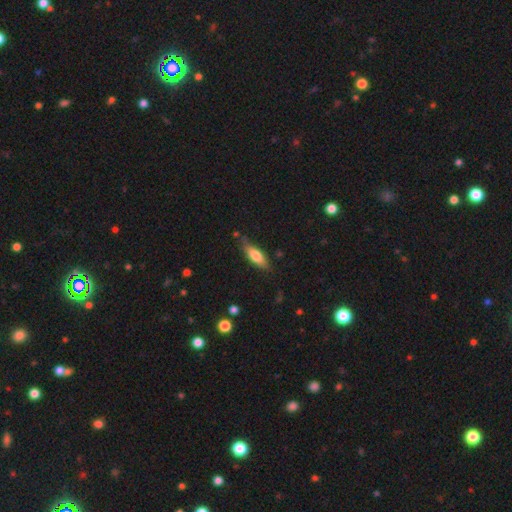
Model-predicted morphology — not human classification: smooth_or_featured: smooth (p=0.67) [alt: featured or disk p=0.26]
how_rounded: in between (p=0.57) [alt: cigar-shaped p=0.41]
merging: none (p=0.73) [alt: minor disturbance p=0.20]